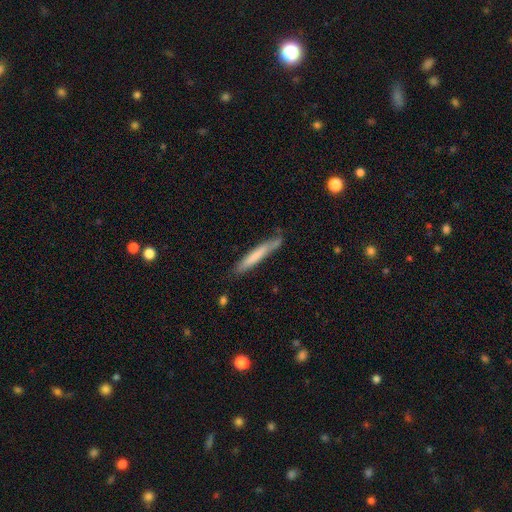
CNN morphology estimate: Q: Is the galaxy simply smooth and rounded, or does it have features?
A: smooth — 67%.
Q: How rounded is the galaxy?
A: cigar-shaped — 95%.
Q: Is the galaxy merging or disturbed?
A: none — 72%.